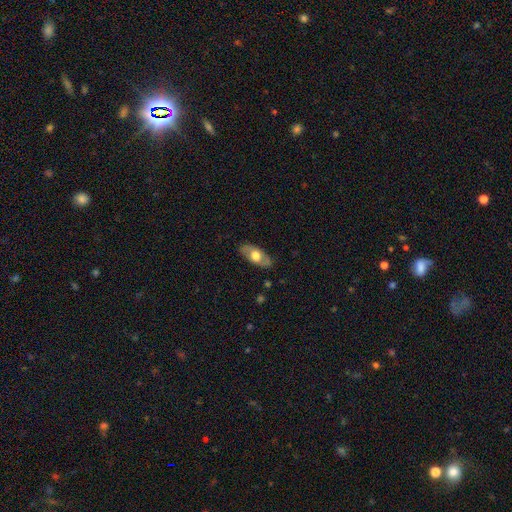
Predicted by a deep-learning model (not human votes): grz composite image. It shows a smooth galaxy with no disk features (50%) that is in between round and cigar-shaped (86%). Merging: none (83%).